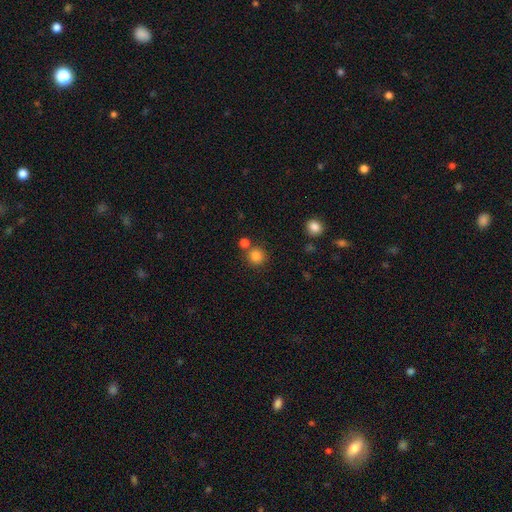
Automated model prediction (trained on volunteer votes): smooth_or_featured: smooth (p=0.83) [alt: star or artifact p=0.12]
how_rounded: round (p=0.91) [alt: in between p=0.08]
merging: none (p=0.74) [alt: merger p=0.15]